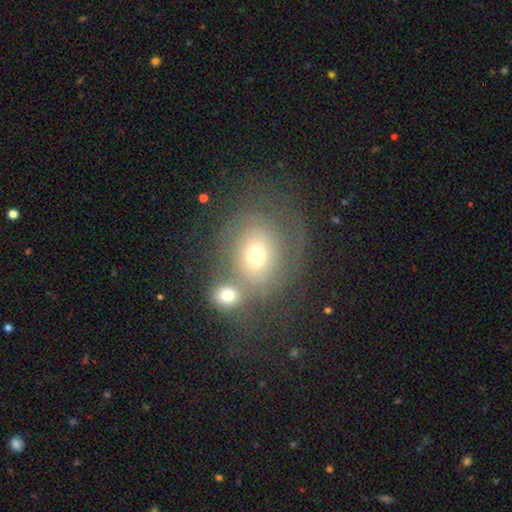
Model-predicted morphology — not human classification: A featured or disk galaxy (50%). Merging: none (37%, tied with merger).